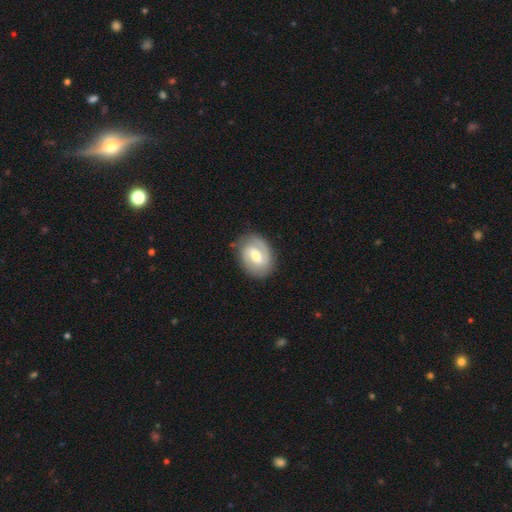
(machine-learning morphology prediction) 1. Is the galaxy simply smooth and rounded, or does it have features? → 72% featured or disk, 23% smooth, 5% star or artifact.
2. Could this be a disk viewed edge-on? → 97% no, 3% yes.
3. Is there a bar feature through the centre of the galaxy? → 52% weak, 29% strong, 19% no.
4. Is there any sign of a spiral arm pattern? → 85% yes, 15% no.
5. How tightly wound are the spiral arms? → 43% tight, 41% medium, 16% loose.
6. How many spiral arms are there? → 77% 2, 10% can't tell, 9% 1, 2% 3, 1% 4, 1% more than 4.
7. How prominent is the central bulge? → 63% moderate, 29% small, 6% large, 1% none, 1% dominant.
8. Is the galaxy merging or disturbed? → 80% none, 14% minor disturbance, 4% major disturbance, 1% merger.